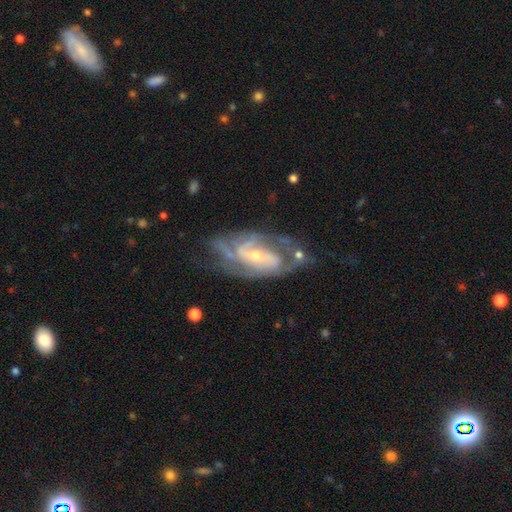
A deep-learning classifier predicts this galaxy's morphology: This appears to be a featured or disk galaxy (87%) with a weak bar (42%), 2 (49%) tight (44%) spiral arms (94%) and a small central bulge (56%). Merging: none (55%).